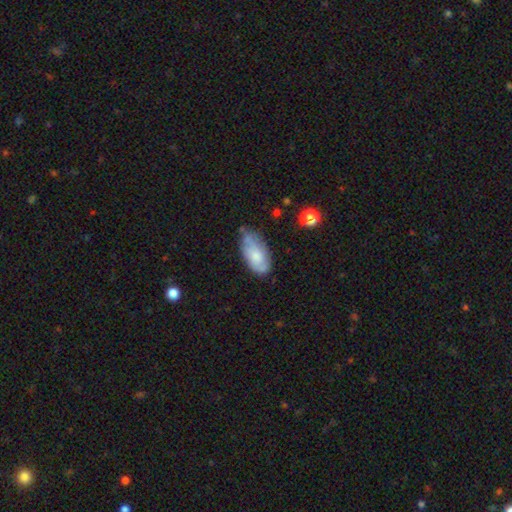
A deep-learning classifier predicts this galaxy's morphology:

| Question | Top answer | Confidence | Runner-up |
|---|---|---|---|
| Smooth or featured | smooth | 66% | featured or disk (27%) |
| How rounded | in between | 92% | cigar-shaped (5%) |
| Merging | none | 55% | minor disturbance (32%) |